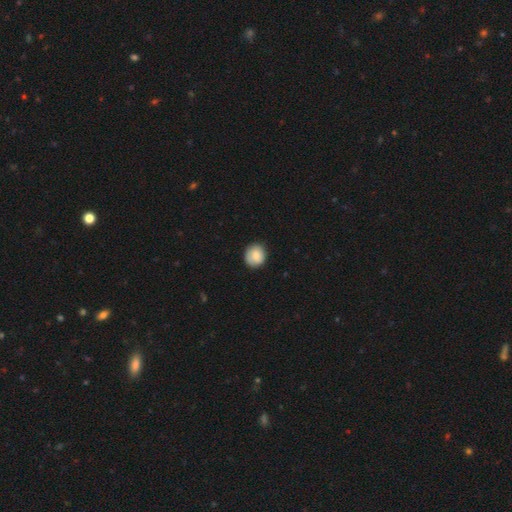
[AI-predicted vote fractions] A smooth galaxy with no disk features (81%) that is round (84%).

Vote fractions:
- Smooth or featured? smooth: 81% / featured or disk: 12% / star or artifact: 7%
- How rounded? round: 84% / in between: 15% / cigar-shaped: 1%
- Merging? none: 83% / minor disturbance: 13% / major disturbance: 3% / merger: 1%